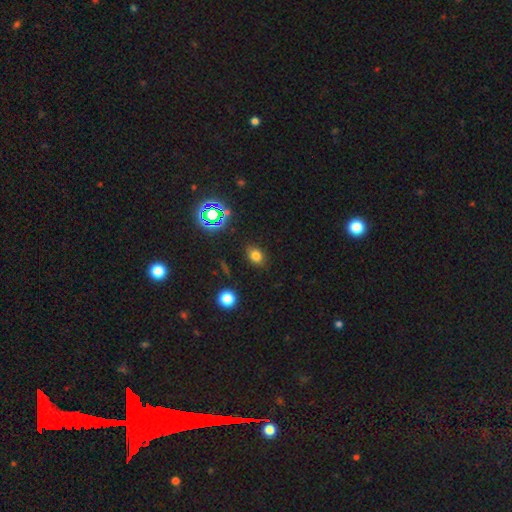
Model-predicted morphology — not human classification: Smooth or featured? Predicted: smooth (p=0.72). How rounded? Predicted: in between (p=0.62). Merging? Predicted: none (p=0.85).